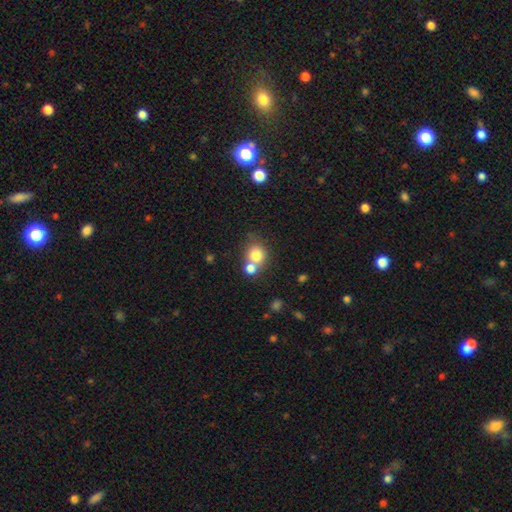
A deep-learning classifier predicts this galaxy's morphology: Smooth or featured?
  - smooth: 77% *
  - featured or disk: 12%
  - star or artifact: 11%
How rounded?
  - round: 78% *
  - in between: 21%
  - cigar-shaped: 1%
Merging?
  - merger: 45% *
  - none: 43%
  - minor disturbance: 9%
  - major disturbance: 4%